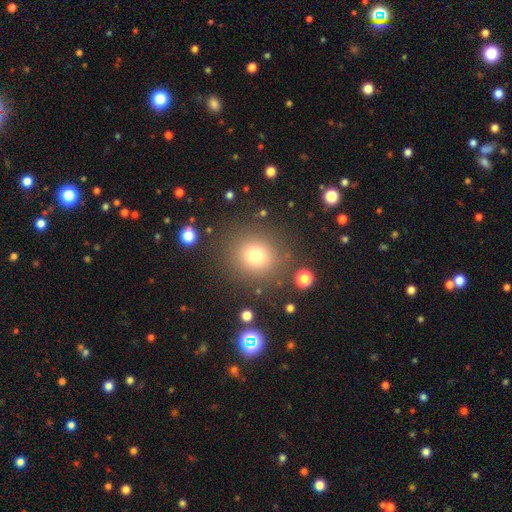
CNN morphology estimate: Overall: smooth (74%). How rounded: round (88%). Merging: none (86%).